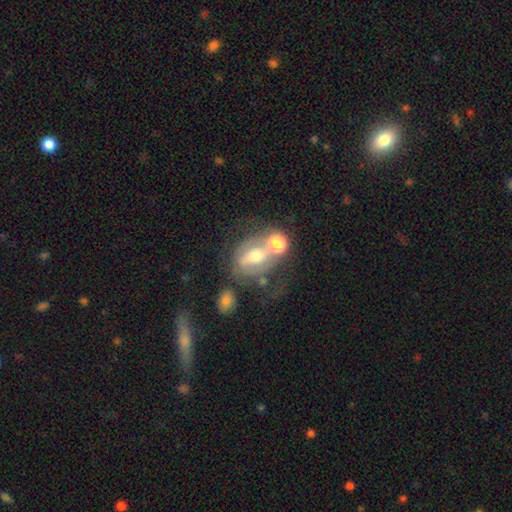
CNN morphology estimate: This is possibly a featured or disk galaxy (56%). It is clearly not viewed edge-on (94%). Bar: marginally no (37%). Spiral arm pattern: possibly yes (50%, tied with no). Central bulge: likely moderate (61%). Merging: marginally merger (33%, tied with none).